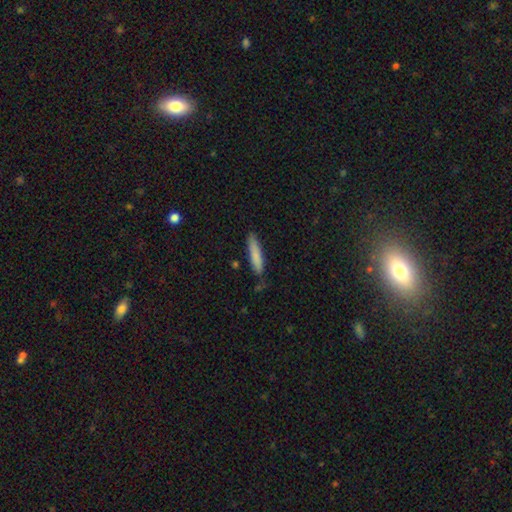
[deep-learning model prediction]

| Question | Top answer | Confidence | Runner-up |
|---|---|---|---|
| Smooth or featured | smooth | 81% | featured or disk (13%) |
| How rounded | cigar-shaped | 88% | in between (10%) |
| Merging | none | 80% | minor disturbance (15%) |